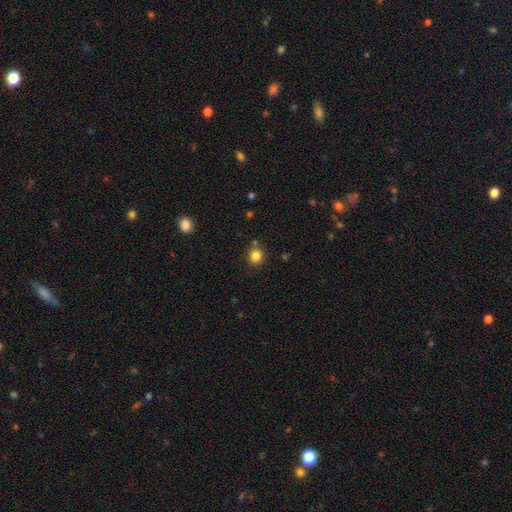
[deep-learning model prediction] The model was most divided on "how rounded": round: 84%, in between: 15%, cigar-shaped: 1%. More confident: smooth or featured — smooth (83%); merging — none (82%).